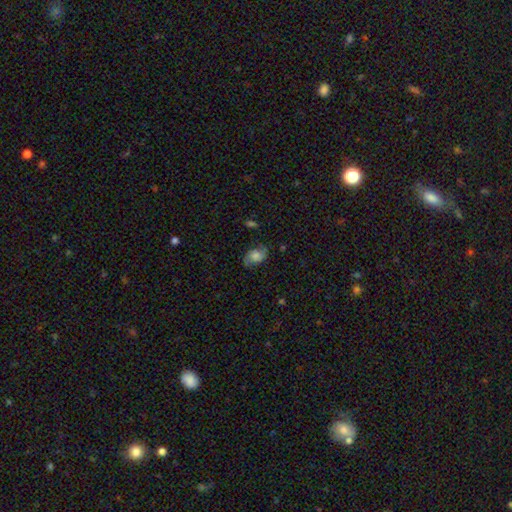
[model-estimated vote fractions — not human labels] Smooth or featured? featured or disk (49%)
Merging? none (71%)